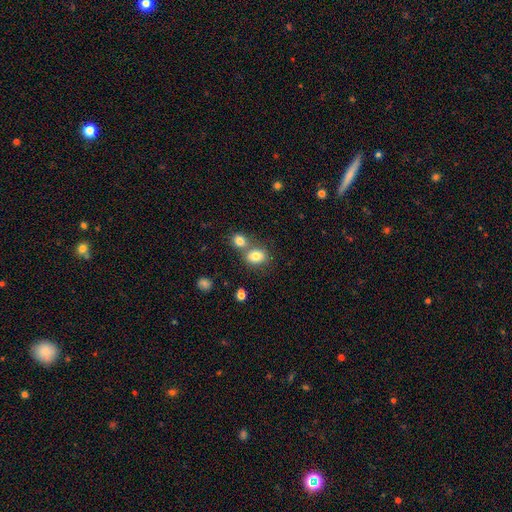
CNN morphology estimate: Smooth or featured? Predicted: smooth (p=0.80). How rounded? Predicted: in between (p=0.56). Merging? Predicted: none (p=0.47).